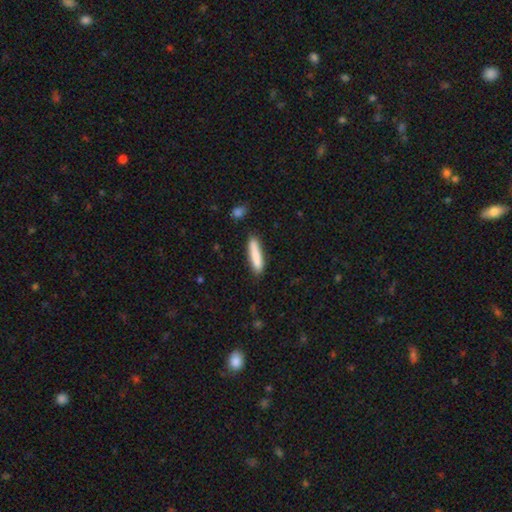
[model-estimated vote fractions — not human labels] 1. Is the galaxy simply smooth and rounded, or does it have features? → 82% smooth, 12% featured or disk, 6% star or artifact.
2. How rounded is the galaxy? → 87% cigar-shaped, 12% in between, 1% round.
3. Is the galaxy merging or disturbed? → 85% none, 11% minor disturbance, 2% merger, 2% major disturbance.